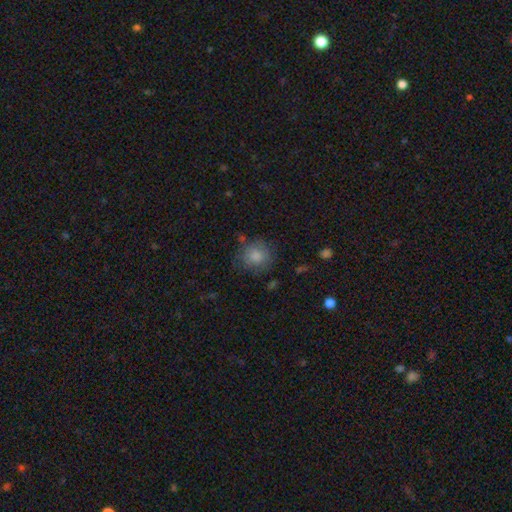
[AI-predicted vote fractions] Smooth or featured: smooth — 79% (featured or disk — 12%)
How rounded: round — 88% (in between — 11%)
Merging: none — 69% (minor disturbance — 20%)